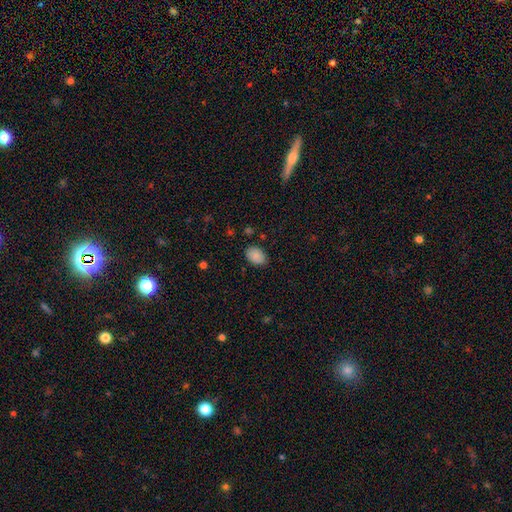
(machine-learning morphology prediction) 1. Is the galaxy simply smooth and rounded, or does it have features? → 88% smooth, 8% star or artifact, 4% featured or disk.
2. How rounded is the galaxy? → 85% in between, 14% round, 1% cigar-shaped.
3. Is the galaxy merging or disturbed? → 83% none, 12% minor disturbance, 3% major disturbance, 1% merger.